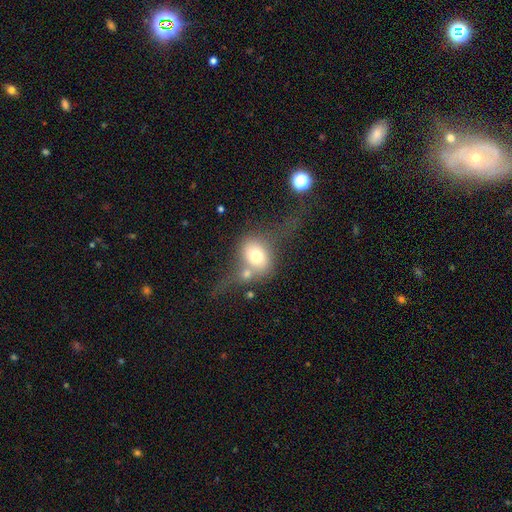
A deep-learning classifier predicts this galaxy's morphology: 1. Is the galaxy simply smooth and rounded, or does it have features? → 64% smooth, 27% featured or disk, 10% star or artifact.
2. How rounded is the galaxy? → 54% round, 43% in between, 2% cigar-shaped.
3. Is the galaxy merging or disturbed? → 30% merger, 29% none, 27% major disturbance, 14% minor disturbance.